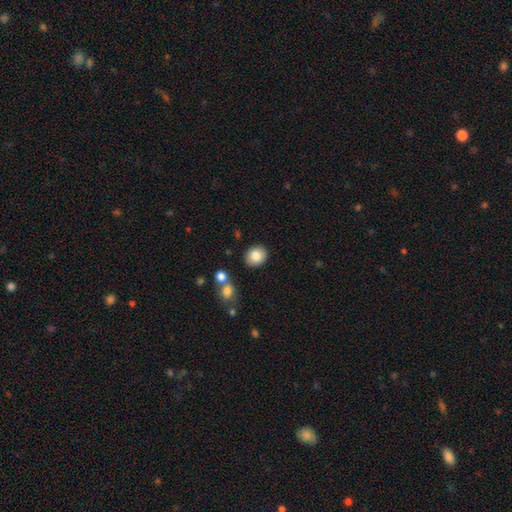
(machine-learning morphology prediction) This is clearly a smooth galaxy (84%). How rounded: likely round (67%). Merging: clearly none (87%).